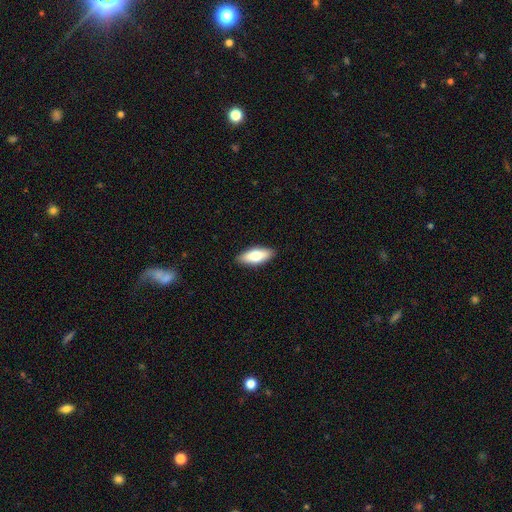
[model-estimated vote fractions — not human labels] smooth_or_featured: smooth (p=0.73) [alt: featured or disk p=0.21]
how_rounded: in between (p=0.75) [alt: cigar-shaped p=0.22]
merging: none (p=0.89) [alt: minor disturbance p=0.08]